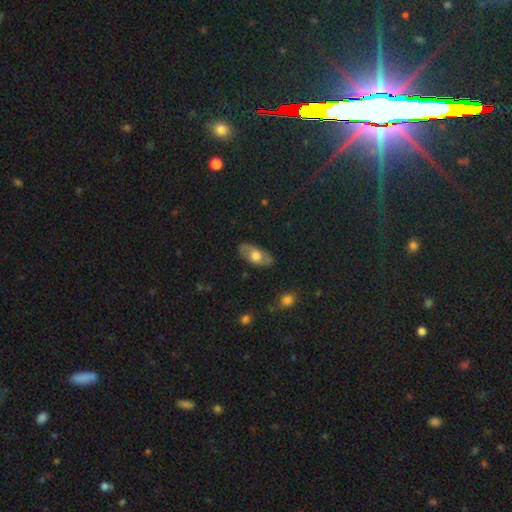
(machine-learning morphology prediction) type=smooth (58%); roundness=in between (89%); merging=none (81%).